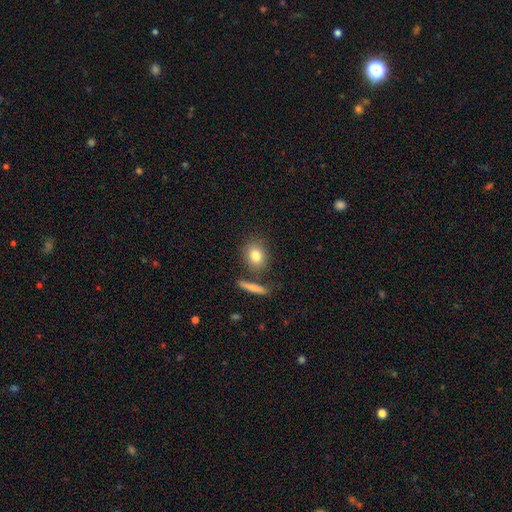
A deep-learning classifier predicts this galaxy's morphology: This appears to be a smooth galaxy with no disk features (81%) that is round (60%). Merging: none (75%).